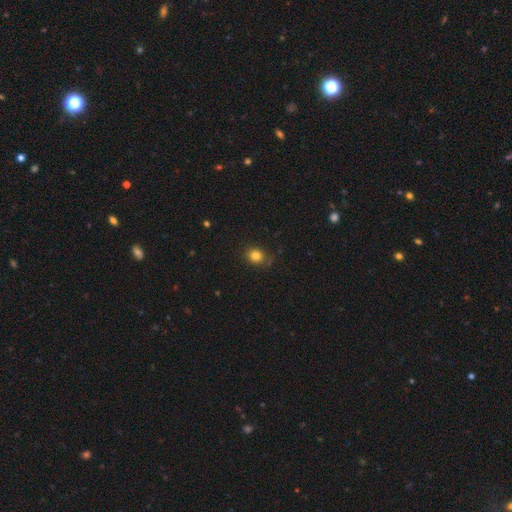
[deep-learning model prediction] Smooth or featured? Predicted: smooth (p=0.82). How rounded? Predicted: round (p=0.70). Merging? Predicted: none (p=0.78).